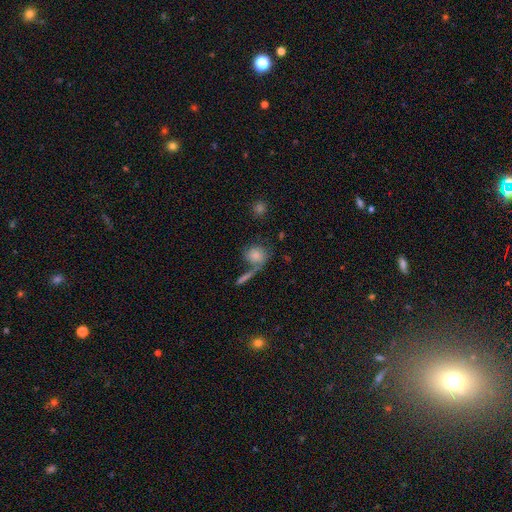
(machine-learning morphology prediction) Overall: smooth (74%). How rounded: round (72%). Merging: none (48%; merger 27%).